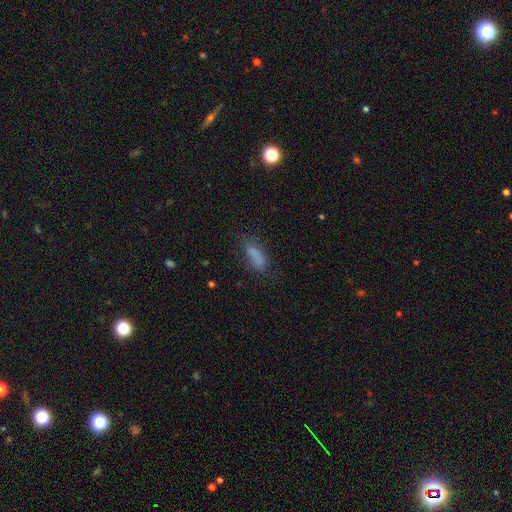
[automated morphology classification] This is likely a smooth galaxy (78%). How rounded: likely in between (68%). Merging: possibly none (59%).